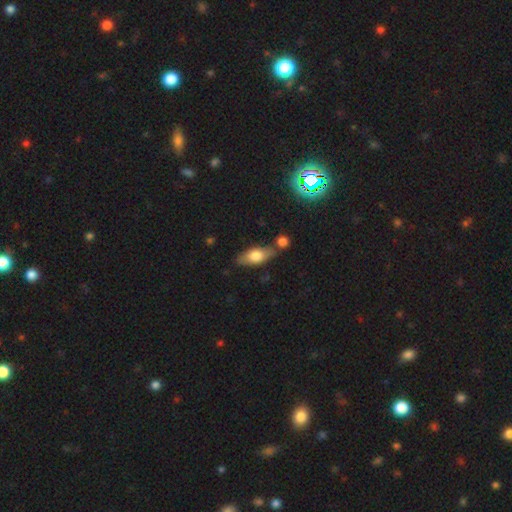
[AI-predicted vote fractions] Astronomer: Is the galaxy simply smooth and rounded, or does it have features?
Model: smooth — 64%.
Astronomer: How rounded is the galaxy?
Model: in between — 73%.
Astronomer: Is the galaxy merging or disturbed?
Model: none — 67%.